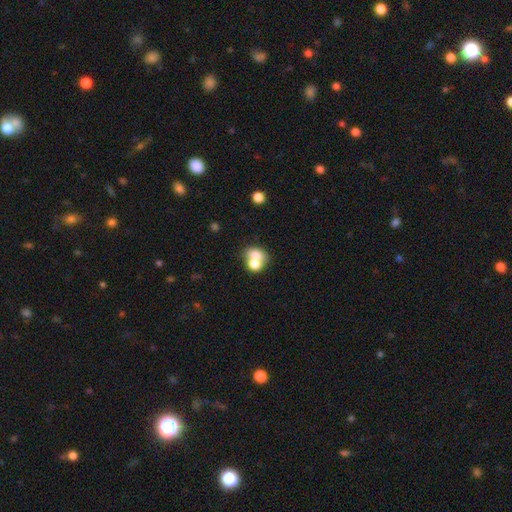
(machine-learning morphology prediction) smooth_or_featured: smooth (p=0.71) [alt: featured or disk p=0.19]
how_rounded: round (p=0.50) [alt: in between p=0.48]
merging: merger (p=0.61) [alt: none p=0.27]